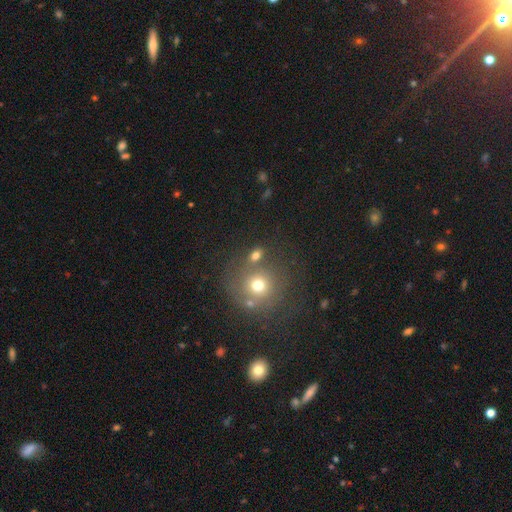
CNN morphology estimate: smooth-or-featured: smooth: 69% | star or artifact: 17% | featured or disk: 14%
  how-rounded: round: 67% | in between: 31% | cigar-shaped: 2%
  merging: none: 63% | merger: 19% | minor disturbance: 12% | major disturbance: 6%